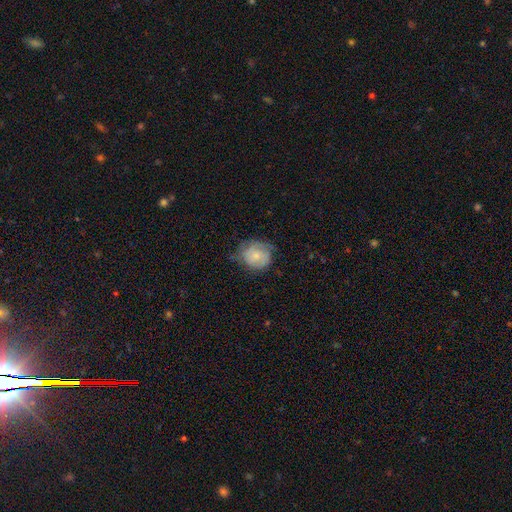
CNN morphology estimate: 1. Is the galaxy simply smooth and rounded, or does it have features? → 50% smooth, 43% featured or disk, 7% star or artifact.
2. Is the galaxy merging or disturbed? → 53% none, 33% minor disturbance, 13% major disturbance, 1% merger.